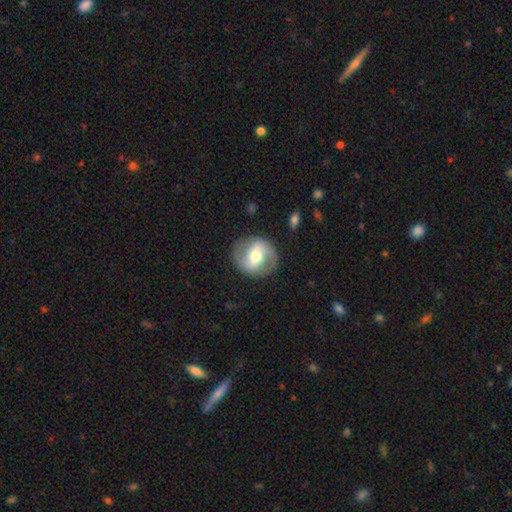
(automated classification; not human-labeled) Smooth or featured?
  - featured or disk: 63% *
  - smooth: 31%
  - star or artifact: 6%
Edge-on disk?
  - no: 95% *
  - yes: 5%
Bar?
  - strong: 42% *
  - weak: 38%
  - no: 20%
Spiral arms?
  - yes: 67% *
  - no: 33%
Bulge size?
  - moderate: 69% *
  - small: 16%
  - large: 12%
  - dominant: 1%
  - none: 1%
Merging?
  - none: 84% *
  - minor disturbance: 10%
  - major disturbance: 5%
  - merger: 1%